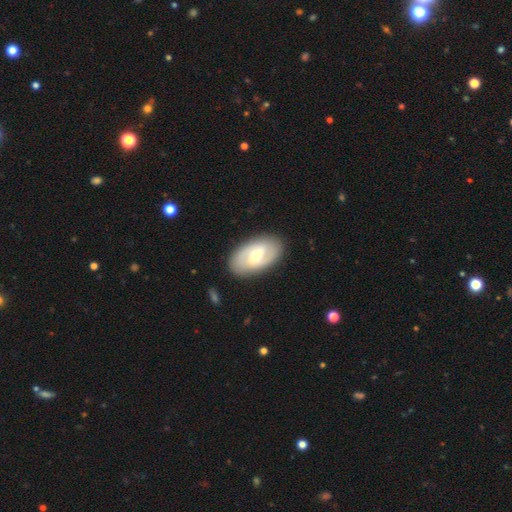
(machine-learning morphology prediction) The model was most divided on "bar": weak: 50%, strong: 31%, no: 20%. More confident: edge-on disk — no (93%); merging — none (87%); spiral arms — yes (69%); smooth or featured — featured or disk (69%); bulge size — moderate (68%).